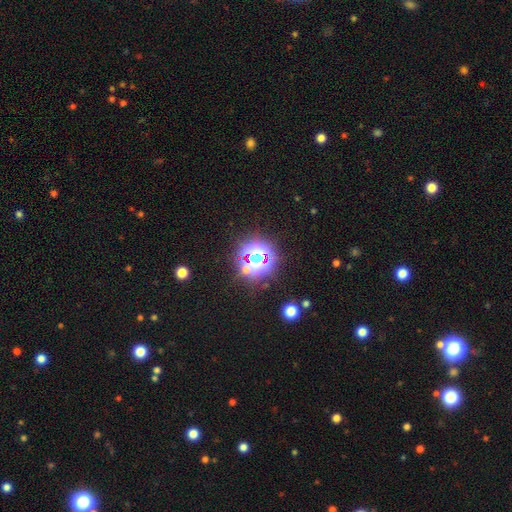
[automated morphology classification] star or artifact 68%, smooth 21%, featured or disk 10%.